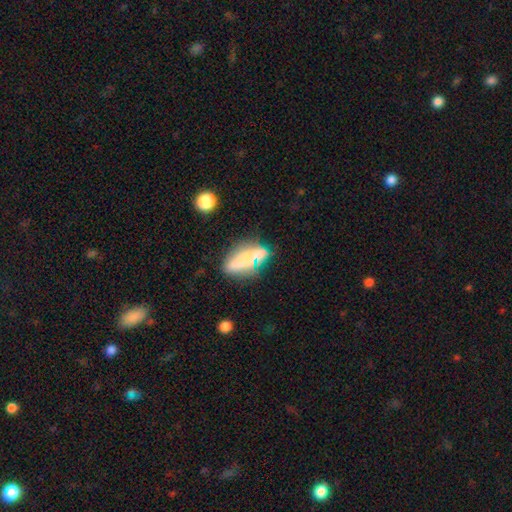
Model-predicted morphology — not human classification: smooth 53%, featured or disk 35%, star or artifact 12%. Down the decision tree: how rounded — cigar-shaped (48%); merging — none (59%).